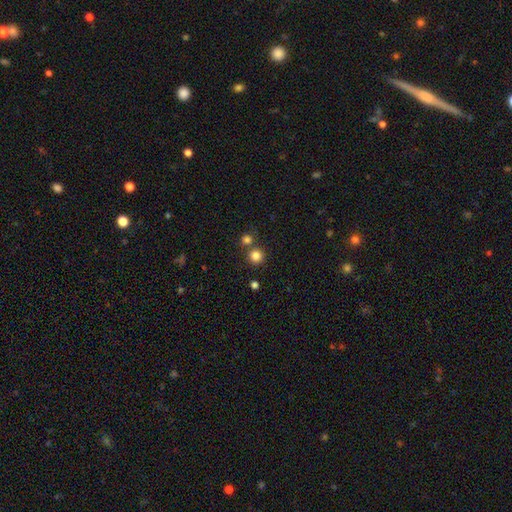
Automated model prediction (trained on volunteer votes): The model was most divided on "merging": none: 74%, merger: 18%, minor disturbance: 6%, major disturbance: 2%. More confident: how rounded — round (94%); smooth or featured — smooth (82%).